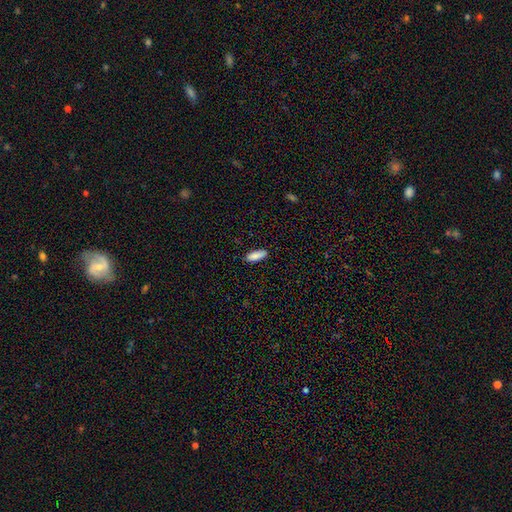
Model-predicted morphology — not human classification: Smooth or featured: smooth — 87% (star or artifact — 7%)
How rounded: in between — 65% (cigar-shaped — 33%)
Merging: none — 84% (minor disturbance — 12%)